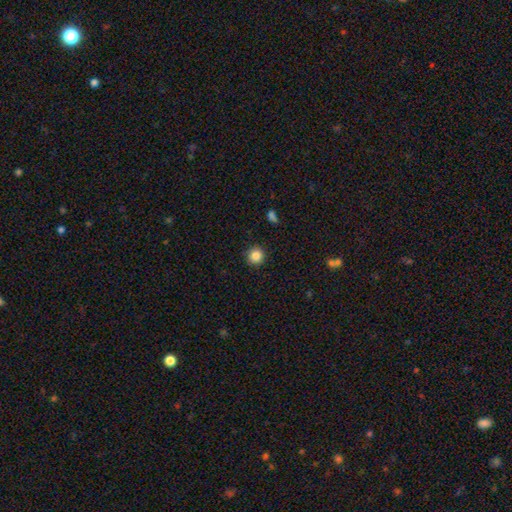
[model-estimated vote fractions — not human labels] Smooth or featured? Predicted: smooth (p=0.86). How rounded? Predicted: round (p=0.95). Merging? Predicted: none (p=0.91).